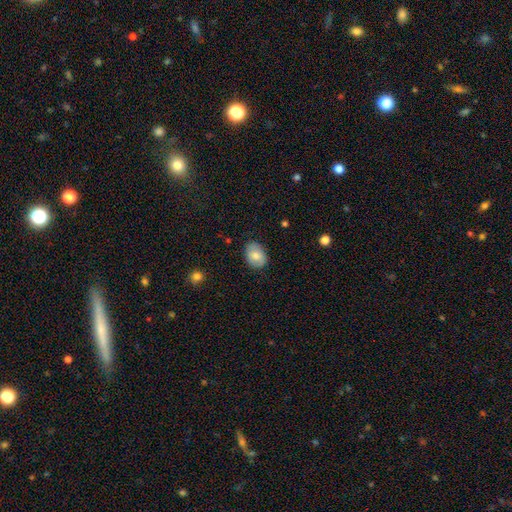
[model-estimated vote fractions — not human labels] smooth 75%, featured or disk 18%, star or artifact 7%. Down the decision tree: how rounded — in between (70%); merging — none (78%).